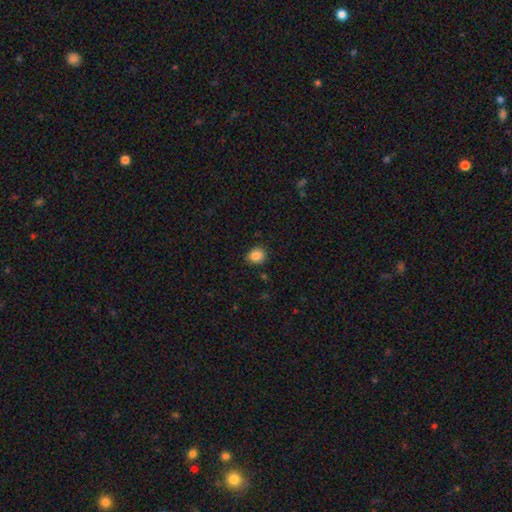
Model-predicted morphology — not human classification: This is clearly a smooth galaxy (86%). How rounded: likely round (66%). Merging: clearly none (81%).